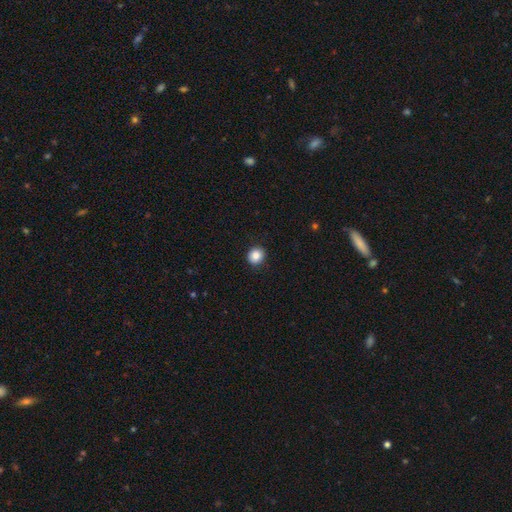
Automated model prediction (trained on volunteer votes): A smooth galaxy with no disk features (87%) that is round (83%). Merging: none (91%).